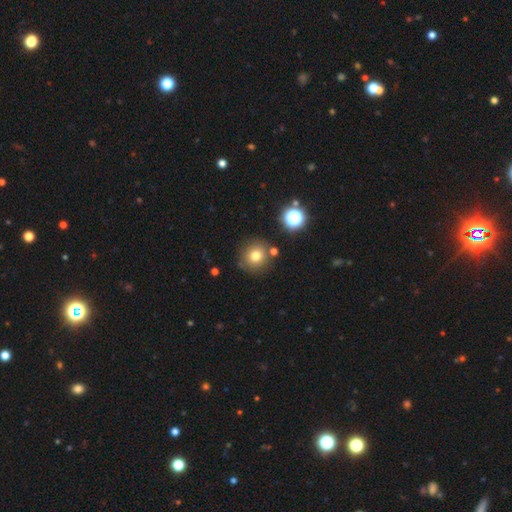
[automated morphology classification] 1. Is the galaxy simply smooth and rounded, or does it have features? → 76% smooth, 15% star or artifact, 9% featured or disk.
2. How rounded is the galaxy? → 93% round, 7% in between, 1% cigar-shaped.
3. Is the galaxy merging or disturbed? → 82% none, 9% minor disturbance, 6% merger, 3% major disturbance.